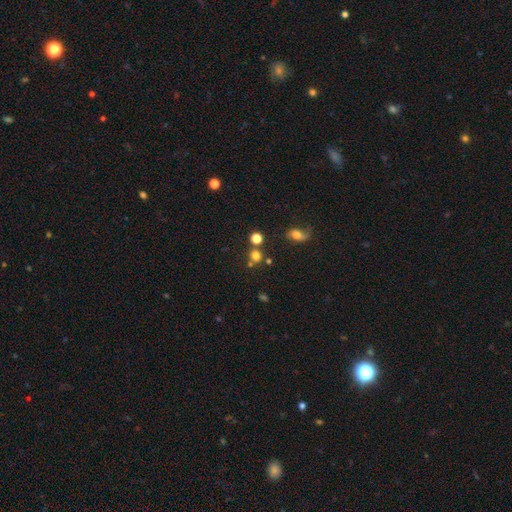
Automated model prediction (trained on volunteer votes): smooth-or-featured: smooth: 73% | star or artifact: 20% | featured or disk: 7%
  how-rounded: round: 87% | in between: 12% | cigar-shaped: 1%
  merging: none: 70% | merger: 18% | minor disturbance: 9% | major disturbance: 4%